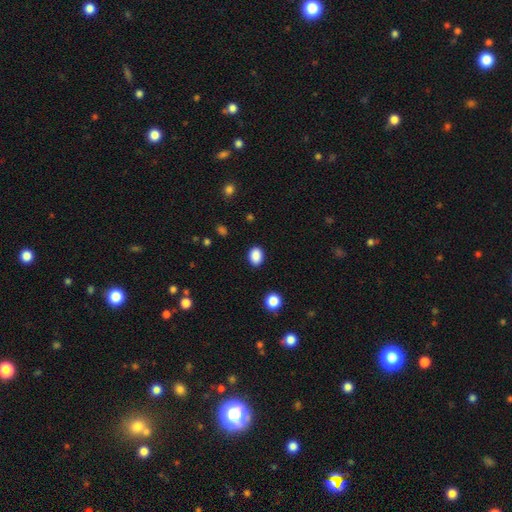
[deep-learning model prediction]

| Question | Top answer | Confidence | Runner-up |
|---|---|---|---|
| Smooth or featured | smooth | 88% | star or artifact (9%) |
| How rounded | in between | 69% | round (30%) |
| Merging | none | 88% | minor disturbance (8%) |